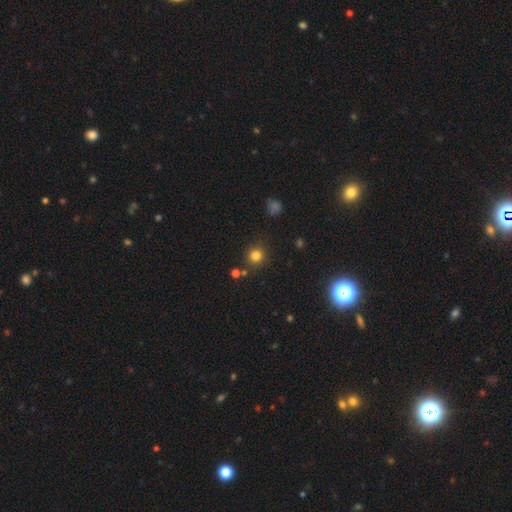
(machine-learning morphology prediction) smooth 80%, star or artifact 15%, featured or disk 6%. Down the decision tree: how rounded — round (92%); merging — none (84%).